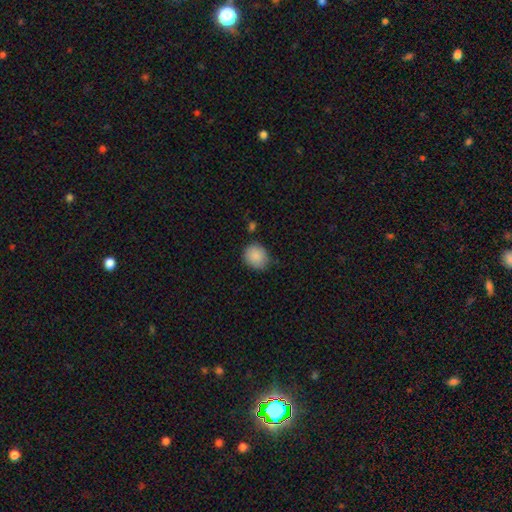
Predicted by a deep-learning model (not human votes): smooth-or-featured: smooth: 88% | star or artifact: 7% | featured or disk: 4%
  how-rounded: round: 73% | in between: 26% | cigar-shaped: 1%
  merging: none: 77% | minor disturbance: 17% | major disturbance: 3% | merger: 3%